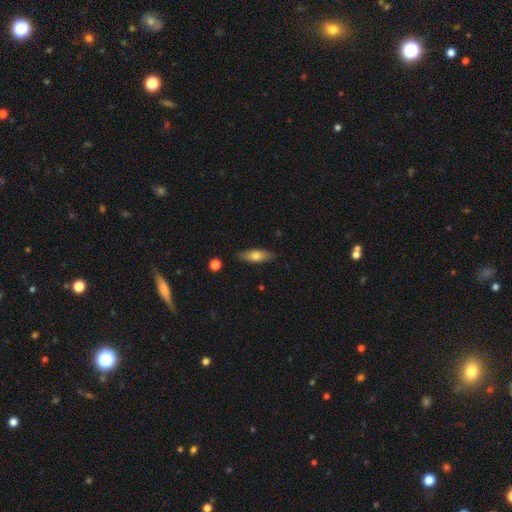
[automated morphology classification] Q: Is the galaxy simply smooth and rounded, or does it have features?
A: smooth — 67%.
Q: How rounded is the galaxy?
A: in between — 61%.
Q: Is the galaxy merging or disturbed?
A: none — 85%.